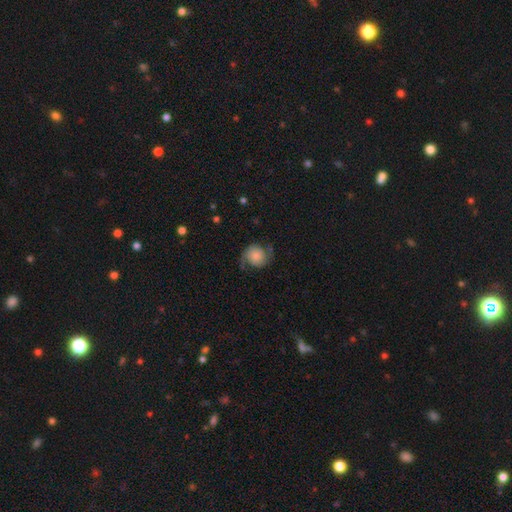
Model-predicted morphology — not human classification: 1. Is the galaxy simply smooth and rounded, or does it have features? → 59% featured or disk, 33% smooth, 8% star or artifact.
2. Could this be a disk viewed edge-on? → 98% no, 2% yes.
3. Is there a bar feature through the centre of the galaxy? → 77% no, 19% weak, 4% strong.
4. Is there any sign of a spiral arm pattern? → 92% yes, 8% no.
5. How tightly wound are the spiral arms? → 47% loose, 37% medium, 16% tight.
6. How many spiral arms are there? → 88% 2, 5% 1, 4% can't tell, 1% 3, 1% 4, 1% more than 4.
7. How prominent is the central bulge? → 30% small, 21% none, 21% moderate, 18% large, 11% dominant.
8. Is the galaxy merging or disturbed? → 65% none, 21% minor disturbance, 13% major disturbance, 2% merger.